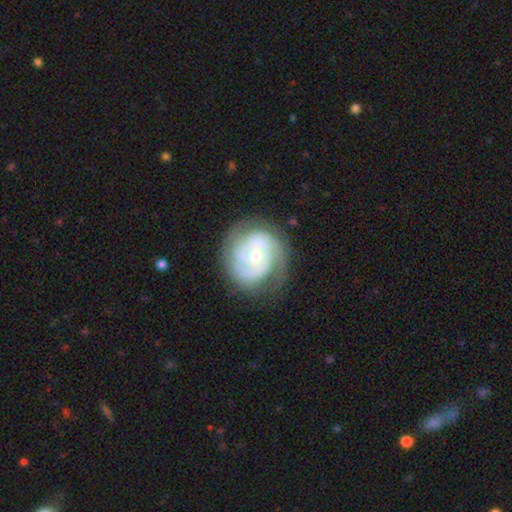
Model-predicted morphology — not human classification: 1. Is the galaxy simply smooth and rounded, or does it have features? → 83% featured or disk, 12% smooth, 5% star or artifact.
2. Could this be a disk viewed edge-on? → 98% no, 2% yes.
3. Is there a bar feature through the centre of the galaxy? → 68% no, 26% weak, 6% strong.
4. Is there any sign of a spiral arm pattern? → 94% yes, 6% no.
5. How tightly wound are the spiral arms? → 65% tight, 28% medium, 7% loose.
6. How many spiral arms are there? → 45% 2, 22% can't tell, 20% 3, 5% 1, 4% 4, 3% more than 4.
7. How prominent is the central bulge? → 51% moderate, 45% small, 2% large, 1% none, 1% dominant.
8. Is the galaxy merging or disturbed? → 73% none, 18% minor disturbance, 8% major disturbance, 1% merger.